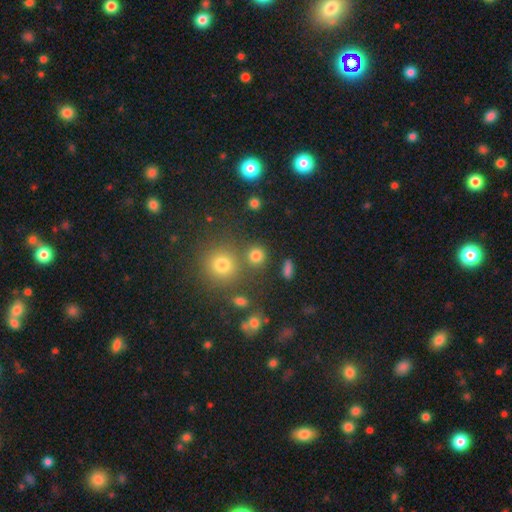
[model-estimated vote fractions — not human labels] A smooth galaxy with no disk features (77%) that is round (88%).

Vote fractions:
- Smooth or featured? smooth: 77% / star or artifact: 16% / featured or disk: 6%
- How rounded? round: 88% / in between: 11% / cigar-shaped: 1%
- Merging? none: 75% / merger: 13% / minor disturbance: 8% / major disturbance: 4%